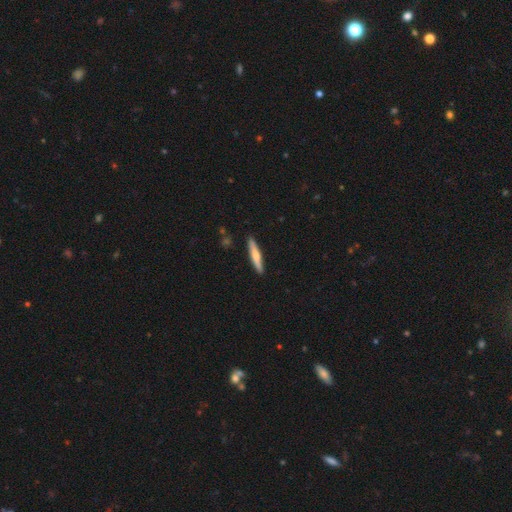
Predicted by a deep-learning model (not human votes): Smooth or featured? smooth (56%)
How rounded? cigar-shaped (91%)
Merging? none (90%)